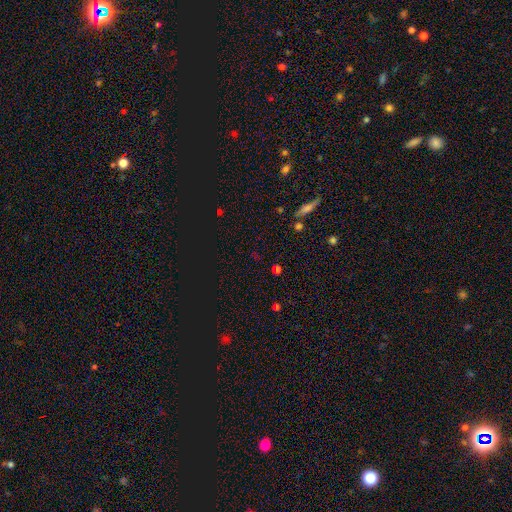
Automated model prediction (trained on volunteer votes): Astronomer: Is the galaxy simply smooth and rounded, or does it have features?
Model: star or artifact — 60%.